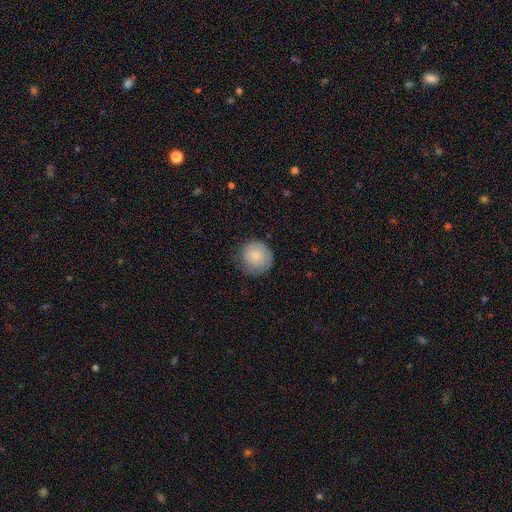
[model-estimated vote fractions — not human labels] smooth_or_featured: smooth (p=0.81) [alt: featured or disk p=0.12]
how_rounded: round (p=0.94) [alt: in between p=0.05]
merging: none (p=0.78) [alt: minor disturbance p=0.17]